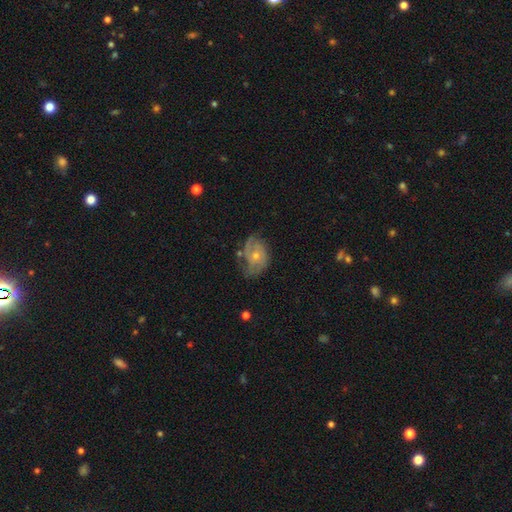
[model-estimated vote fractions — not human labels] Morphology: type=featured or disk (70%); edge-on=no (97%); bar=no (78%); spiral arms=yes (85%); winding=tight (46%); arm count=can't tell (34%); bulge=small (59%); merging=none (57%).